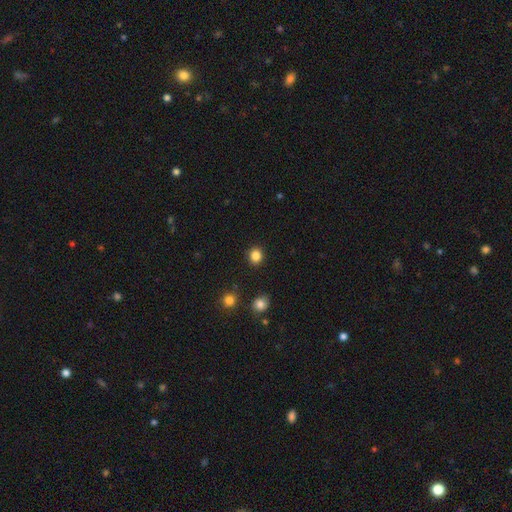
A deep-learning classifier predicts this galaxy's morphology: A smooth galaxy with no disk features (85%) that is round (82%). Merging: none (91%).